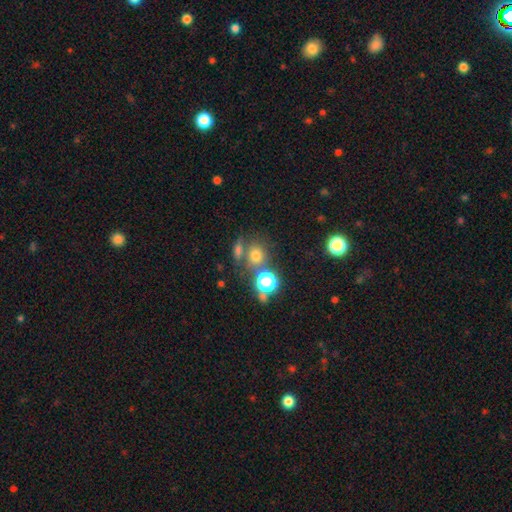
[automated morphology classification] This appears to be a smooth galaxy with no disk features (68%) that is round (78%). Merging: none (61%).